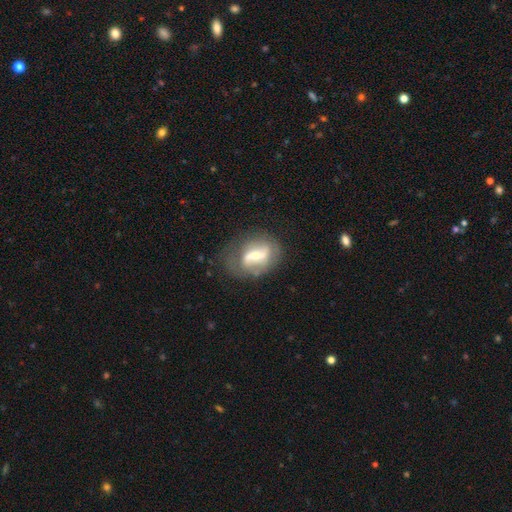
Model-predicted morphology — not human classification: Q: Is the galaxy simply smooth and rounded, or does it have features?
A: featured or disk — 70%.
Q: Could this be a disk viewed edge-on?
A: no — 95%.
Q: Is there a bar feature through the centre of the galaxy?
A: weak — 39%.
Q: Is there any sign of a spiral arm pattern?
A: yes — 74%.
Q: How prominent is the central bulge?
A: small — 48%.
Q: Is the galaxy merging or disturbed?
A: none — 58%.